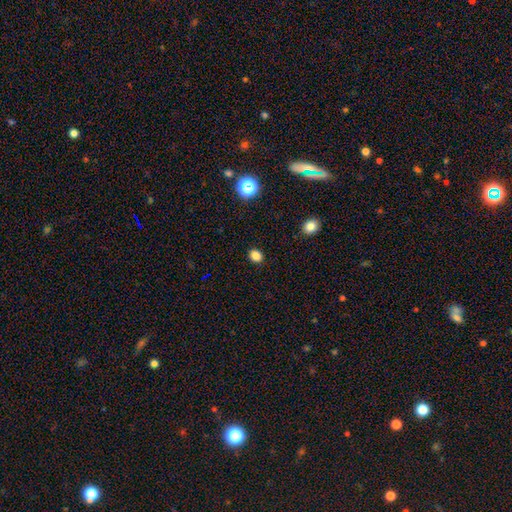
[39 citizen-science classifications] This appears to be a smooth galaxy with no disk features (90%) that is round (57%). Merging: none (92%).